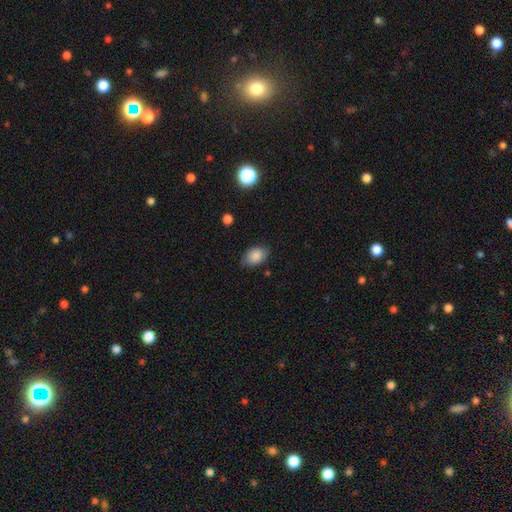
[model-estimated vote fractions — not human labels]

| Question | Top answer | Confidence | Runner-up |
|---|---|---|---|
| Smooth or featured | smooth | 86% | star or artifact (8%) |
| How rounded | in between | 85% | round (14%) |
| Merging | none | 78% | minor disturbance (17%) |